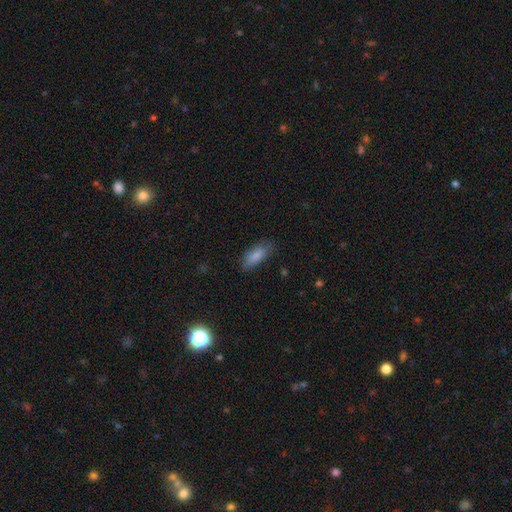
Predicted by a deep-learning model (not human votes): Q: Smooth or featured?
A: smooth (85%); runner-up: featured or disk (8%)
Q: How rounded?
A: in between (79%); runner-up: cigar-shaped (19%)
Q: Merging?
A: none (76%); runner-up: minor disturbance (18%)